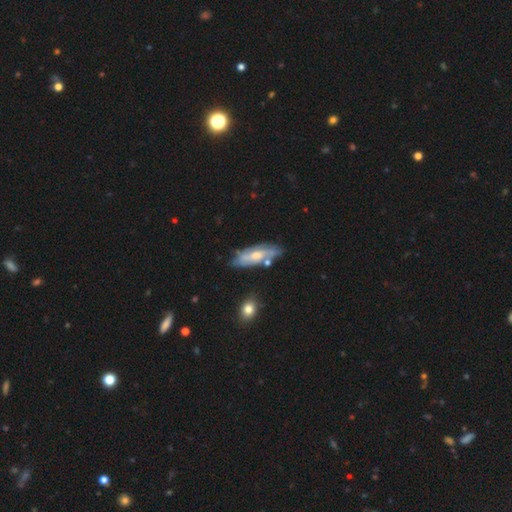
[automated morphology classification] smooth-or-featured: featured or disk: 61% | smooth: 33% | star or artifact: 6%
  disk-edge-on: no: 78% | yes: 22%
  merging: none: 64% | minor disturbance: 22% | merger: 7% | major disturbance: 6%